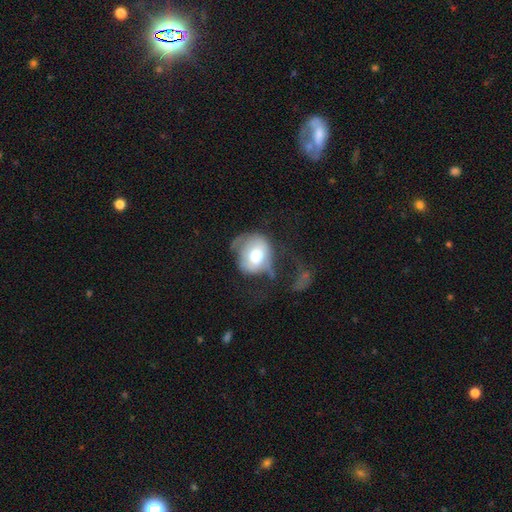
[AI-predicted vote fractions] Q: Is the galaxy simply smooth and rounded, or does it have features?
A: smooth — 57%.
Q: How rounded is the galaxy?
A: round — 69%.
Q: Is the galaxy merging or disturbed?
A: major disturbance — 45%.